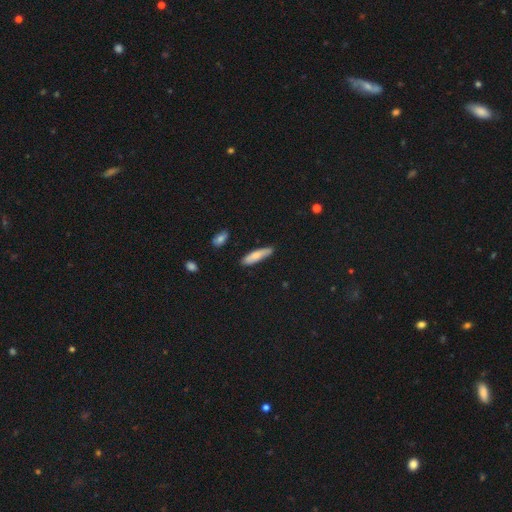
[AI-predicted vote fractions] This is likely a smooth galaxy (77%). How rounded: likely cigar-shaped (71%). Merging: likely none (80%).